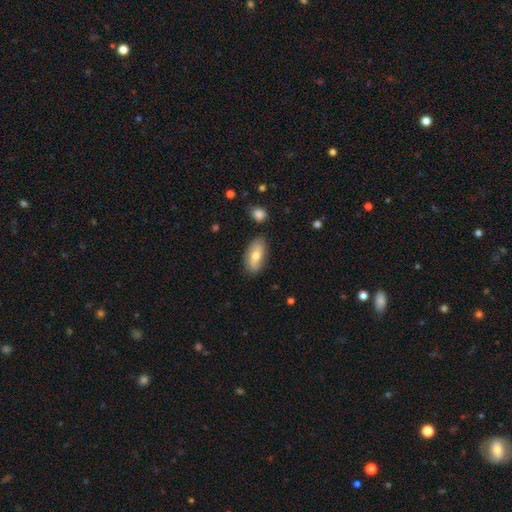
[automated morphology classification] A smooth galaxy with no disk features (70%) that is in between round and cigar-shaped (88%). Merging: none (82%).